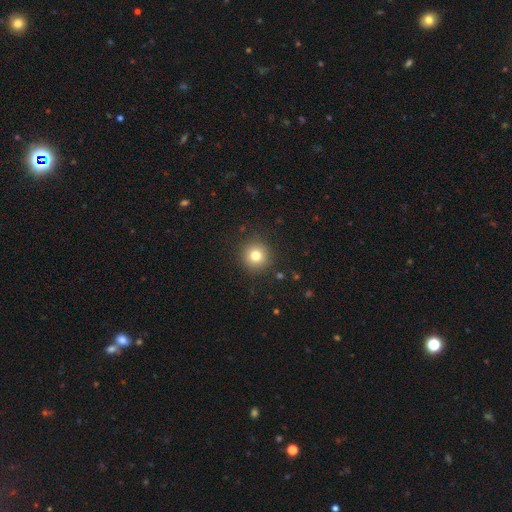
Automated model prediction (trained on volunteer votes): This is likely a smooth galaxy (79%). How rounded: clearly round (94%). Merging: clearly none (90%).